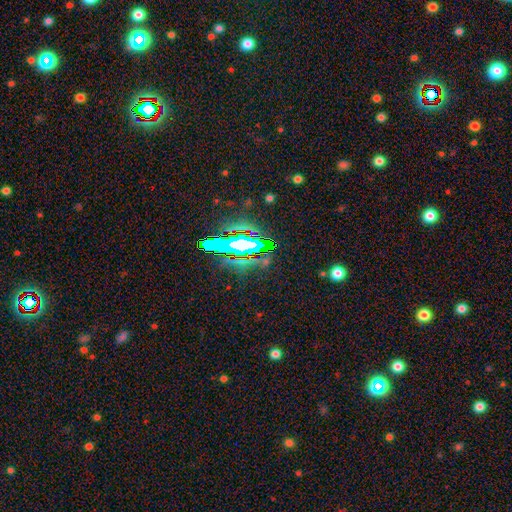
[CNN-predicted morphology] Q: Smooth or featured?
A: star or artifact (66%); runner-up: featured or disk (18%)